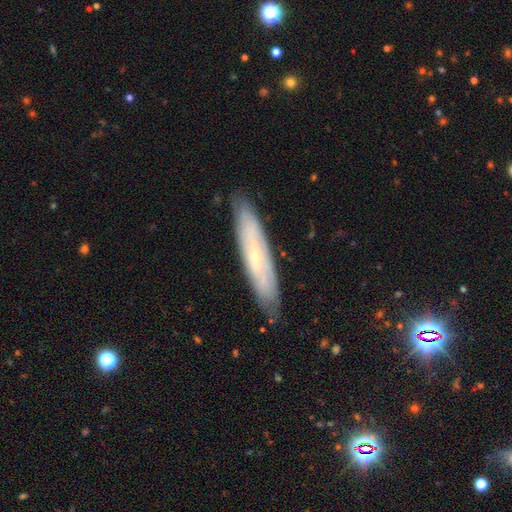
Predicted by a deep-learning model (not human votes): smooth-or-featured: featured or disk: 60% | smooth: 33% | star or artifact: 7%
  disk-edge-on: yes: 55% | no: 45%
  merging: none: 84% | minor disturbance: 12% | major disturbance: 2% | merger: 1%